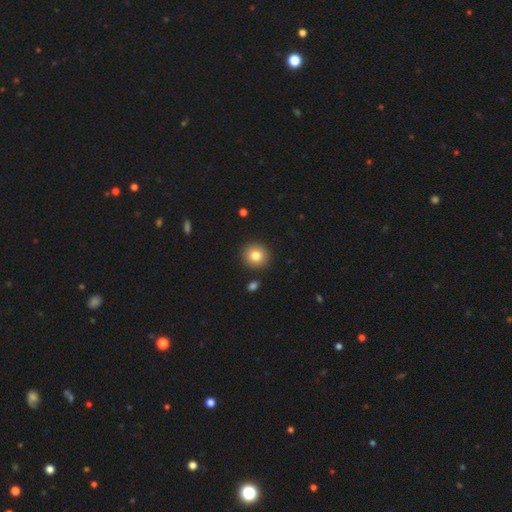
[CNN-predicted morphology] Overall: smooth (81%). How rounded: round (91%). Merging: none (90%).